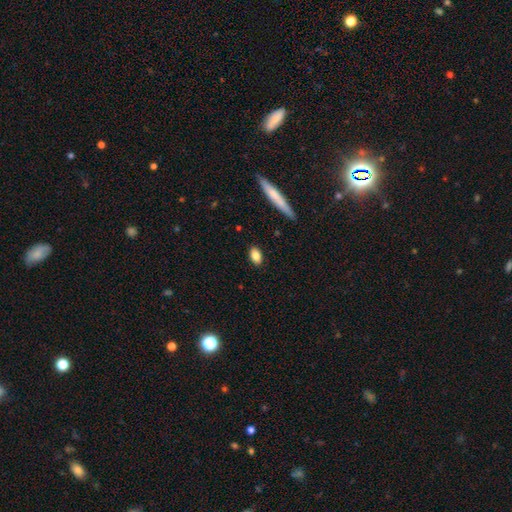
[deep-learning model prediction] Smooth or featured? smooth (84%)
How rounded? in between (85%)
Merging? none (88%)